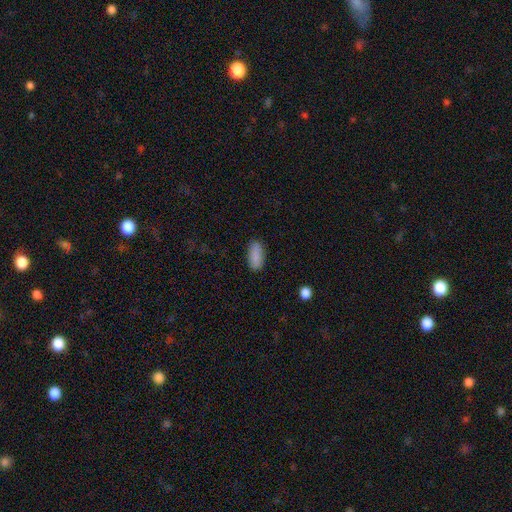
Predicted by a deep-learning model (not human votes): Smooth or featured?
  - smooth: 88% *
  - star or artifact: 7%
  - featured or disk: 5%
How rounded?
  - in between: 87% *
  - cigar-shaped: 11%
  - round: 2%
Merging?
  - none: 87% *
  - minor disturbance: 9%
  - major disturbance: 2%
  - merger: 1%